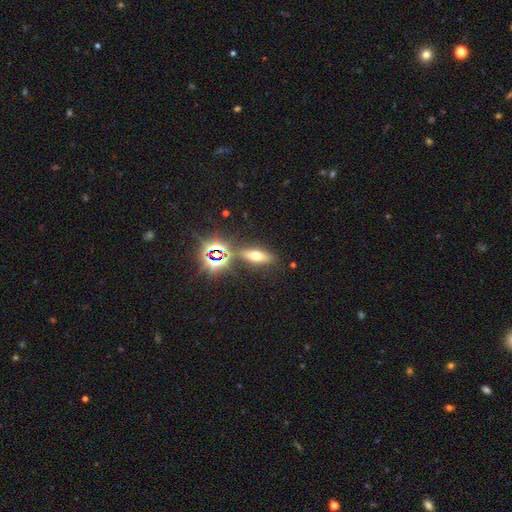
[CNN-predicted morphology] This is marginally a smooth galaxy (43%). Merging: likely none (79%).